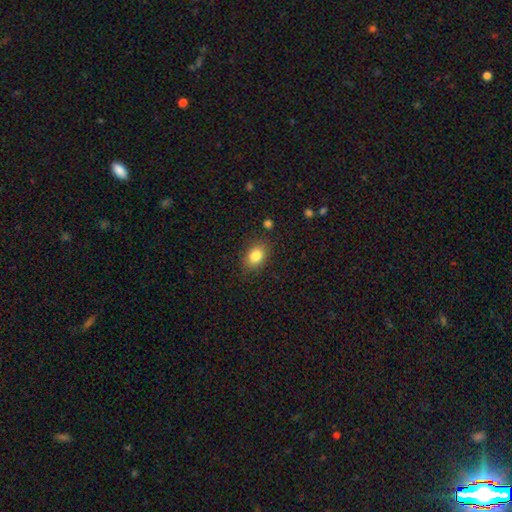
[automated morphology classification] smooth_or_featured: smooth (p=0.84) [alt: star or artifact p=0.09]
how_rounded: in between (p=0.75) [alt: round p=0.24]
merging: none (p=0.83) [alt: minor disturbance p=0.12]